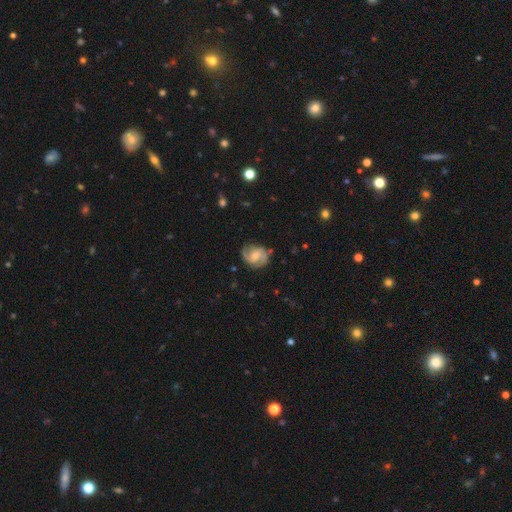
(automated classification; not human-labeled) This appears to be a featured or disk galaxy (78%) with no bar (49%), 2 (82%) medium (50%) spiral arms (95%) and a small central bulge (49%). Merging: none (74%).